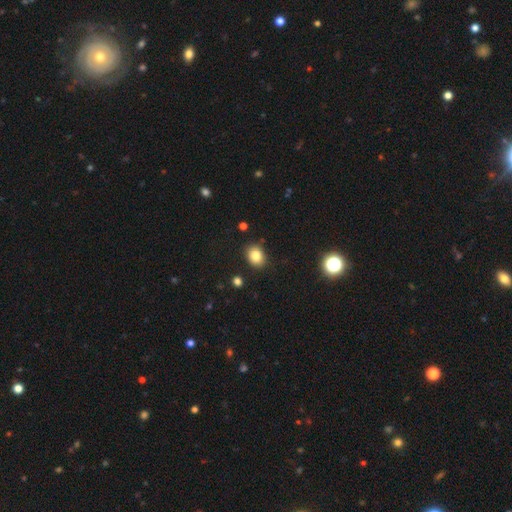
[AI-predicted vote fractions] Smooth or featured: smooth — 83% (star or artifact — 11%)
How rounded: in between — 55% (round — 44%)
Merging: none — 86% (minor disturbance — 10%)